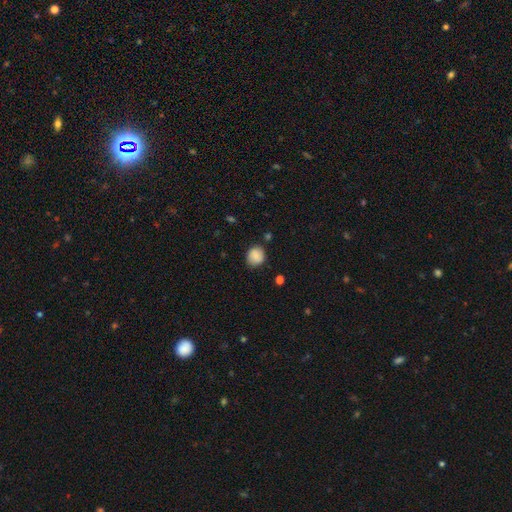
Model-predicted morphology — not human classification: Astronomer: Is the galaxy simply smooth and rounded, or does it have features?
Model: smooth — 83%.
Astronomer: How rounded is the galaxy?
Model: round — 77%.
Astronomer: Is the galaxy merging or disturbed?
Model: none — 79%.